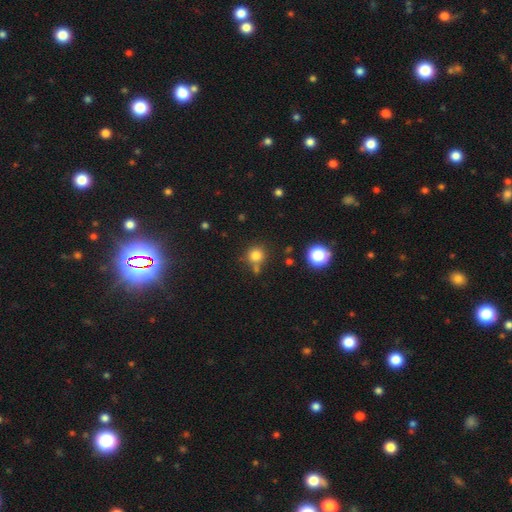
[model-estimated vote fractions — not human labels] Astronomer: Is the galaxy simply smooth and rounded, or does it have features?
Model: smooth — 80%.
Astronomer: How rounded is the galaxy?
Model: round — 90%.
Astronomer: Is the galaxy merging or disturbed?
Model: none — 69%.